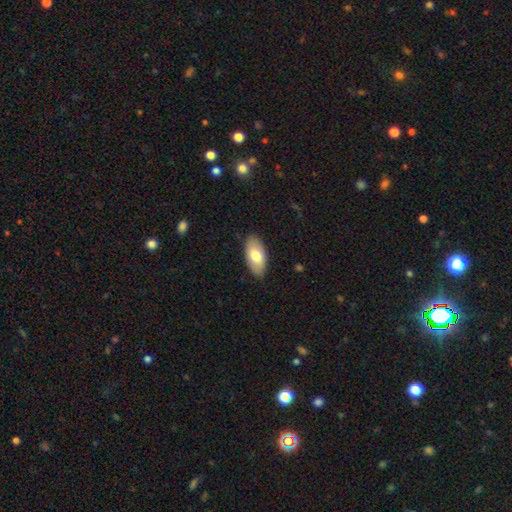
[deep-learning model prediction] This is likely a smooth galaxy (75%). How rounded: clearly in between (93%). Merging: clearly none (88%).